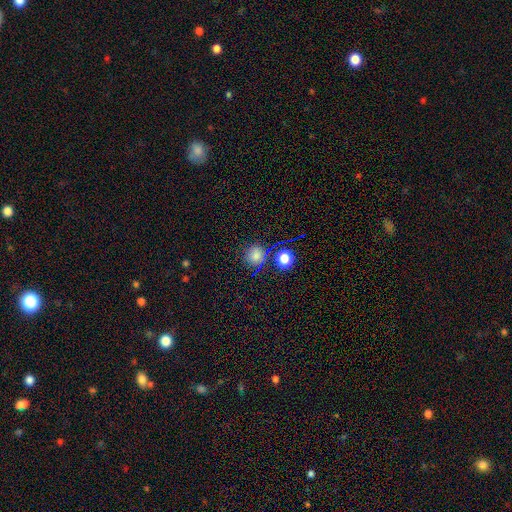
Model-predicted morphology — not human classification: Q: Smooth or featured?
A: smooth (77%); runner-up: star or artifact (16%)
Q: How rounded?
A: round (90%); runner-up: in between (9%)
Q: Merging?
A: none (78%); runner-up: minor disturbance (10%)